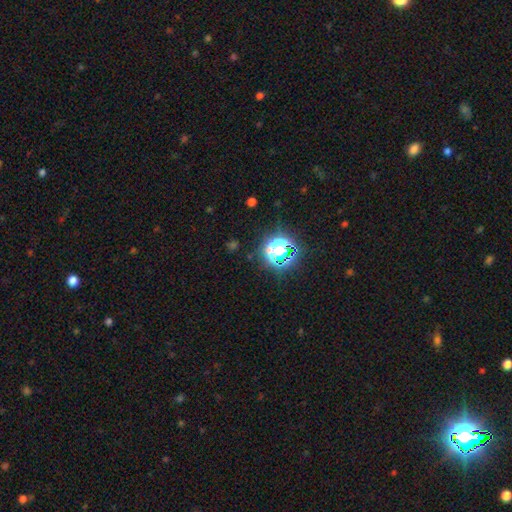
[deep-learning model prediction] A star or artifact, not a galaxy (77%).

Vote fractions:
- Smooth or featured? star or artifact: 77% / smooth: 16% / featured or disk: 7%